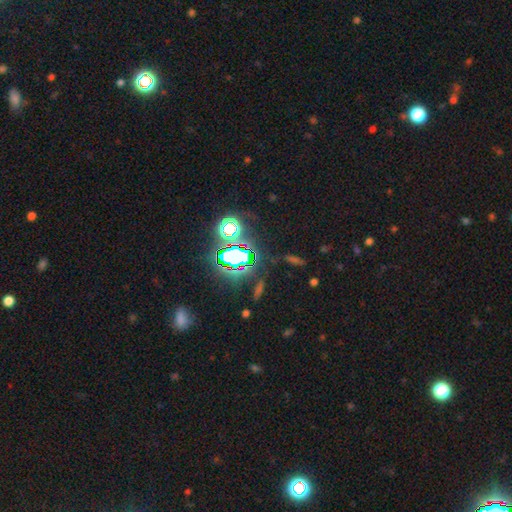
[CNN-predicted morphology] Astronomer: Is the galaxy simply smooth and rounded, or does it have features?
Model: star or artifact — 80%.